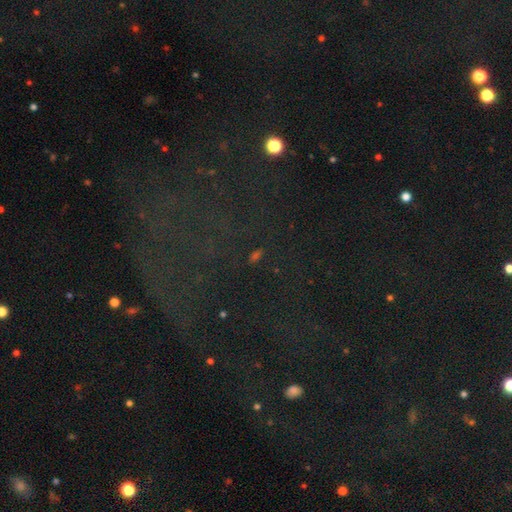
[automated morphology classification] Q: Smooth or featured?
A: star or artifact (61%); runner-up: smooth (28%)